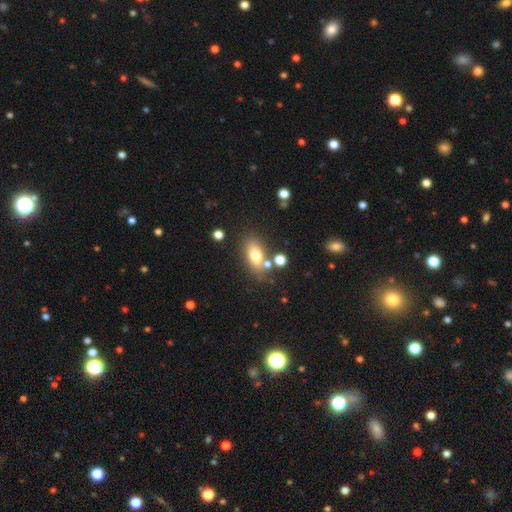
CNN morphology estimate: type=smooth (72%); roundness=in between (79%); merging=none (70%).